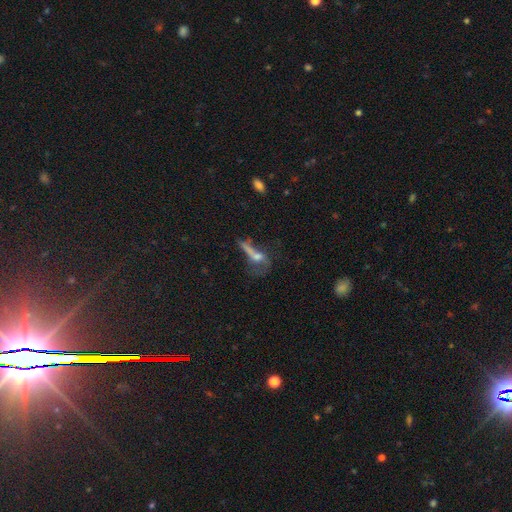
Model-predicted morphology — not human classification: Smooth or featured: featured or disk — 46% (smooth — 34%)
Merging: major disturbance — 36% (none — 27%)